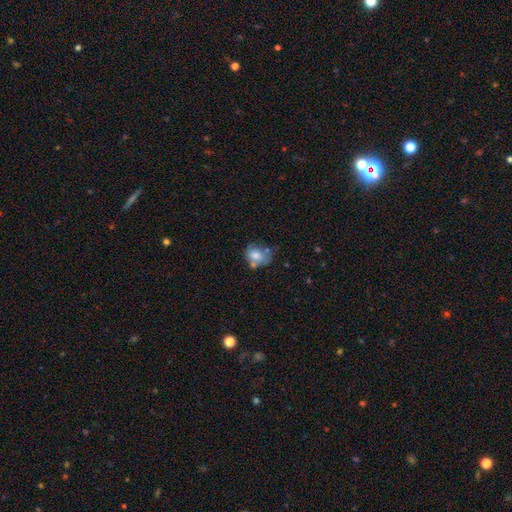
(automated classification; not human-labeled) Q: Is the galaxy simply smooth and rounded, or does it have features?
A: smooth — 71%.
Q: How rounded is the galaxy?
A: in between — 57%.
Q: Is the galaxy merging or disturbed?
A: none — 38%.